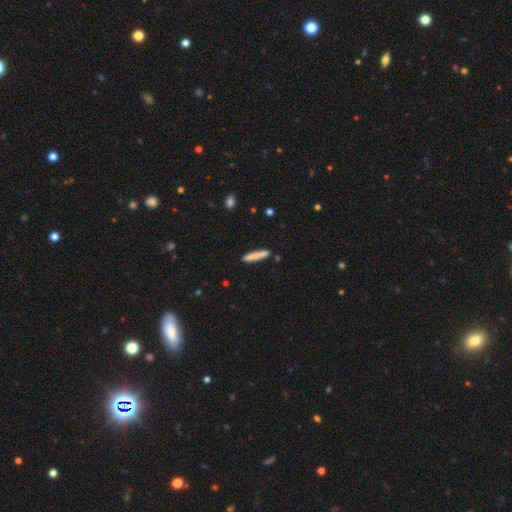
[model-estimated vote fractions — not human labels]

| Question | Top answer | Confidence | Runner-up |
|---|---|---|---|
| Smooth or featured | smooth | 78% | featured or disk (15%) |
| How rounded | cigar-shaped | 94% | in between (5%) |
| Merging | none | 84% | minor disturbance (10%) |